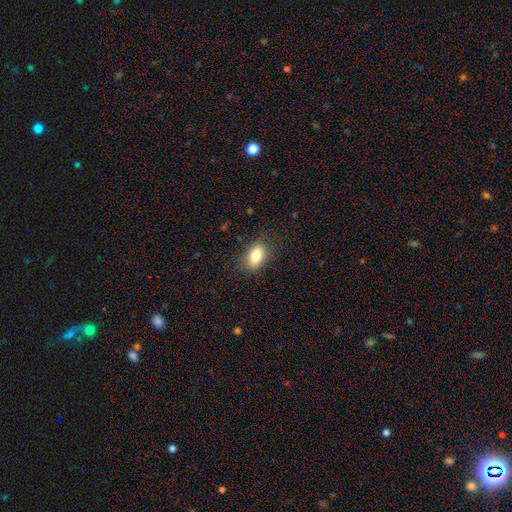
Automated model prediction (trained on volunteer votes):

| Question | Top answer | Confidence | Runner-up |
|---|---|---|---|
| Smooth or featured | smooth | 82% | featured or disk (10%) |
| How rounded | in between | 86% | round (12%) |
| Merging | none | 83% | minor disturbance (13%) |